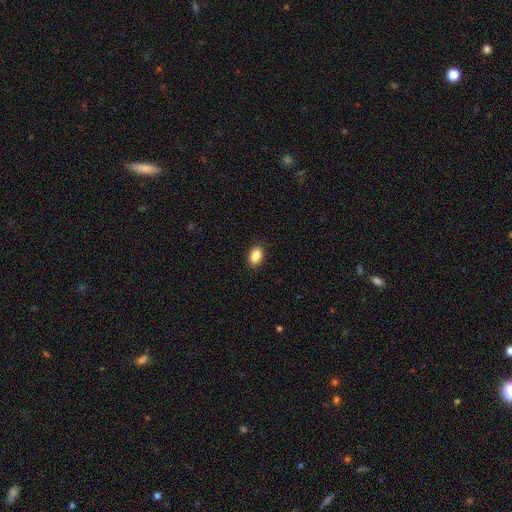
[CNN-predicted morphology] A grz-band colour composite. It shows a smooth galaxy with no disk features (89%) that is in between round and cigar-shaped (90%). Merging: none (89%).